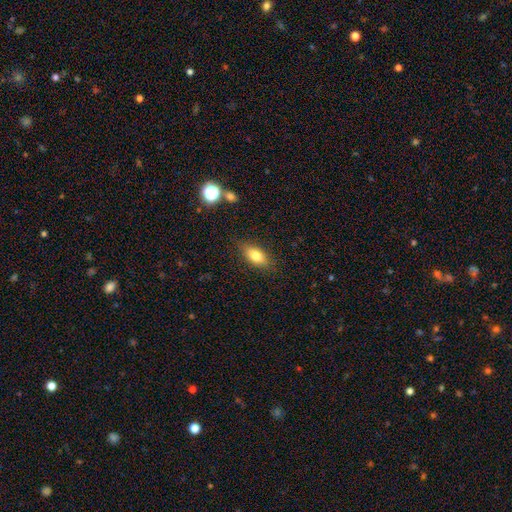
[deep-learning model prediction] Smooth or featured: smooth — 78% (featured or disk — 14%)
How rounded: in between — 83% (cigar-shaped — 10%)
Merging: none — 84% (minor disturbance — 12%)